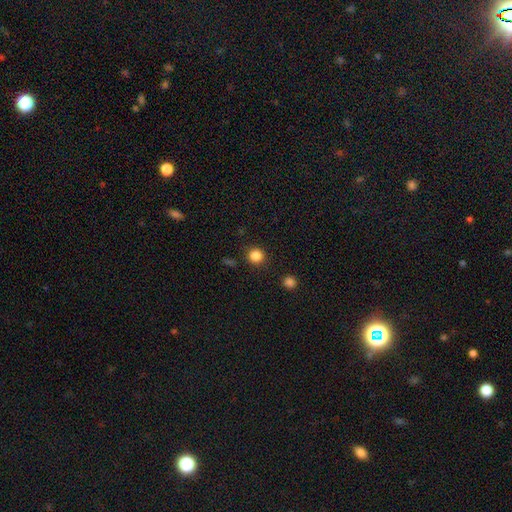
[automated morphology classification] Smooth or featured? Predicted: smooth (p=0.84). How rounded? Predicted: round (p=0.93). Merging? Predicted: none (p=0.90).